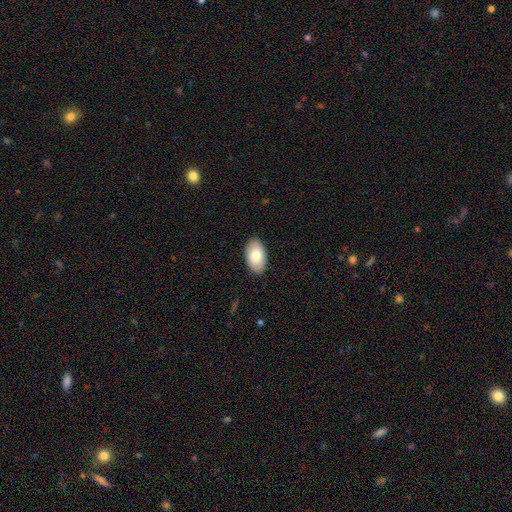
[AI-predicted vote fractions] Q: Smooth or featured?
A: smooth (81%); runner-up: featured or disk (13%)
Q: How rounded?
A: in between (95%); runner-up: round (4%)
Q: Merging?
A: none (89%); runner-up: minor disturbance (9%)